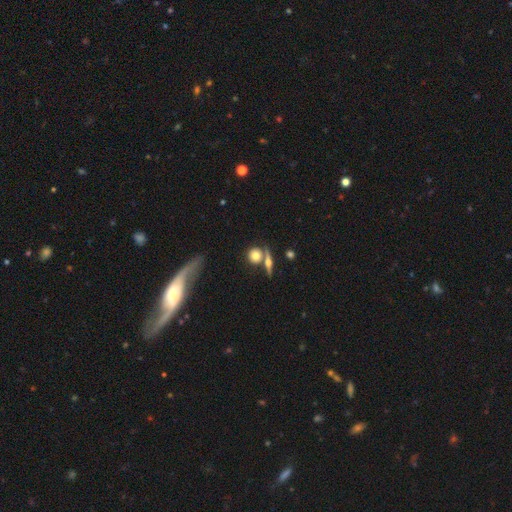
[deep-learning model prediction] Smooth or featured? smooth (65%)
How rounded? round (82%)
Merging? none (61%)